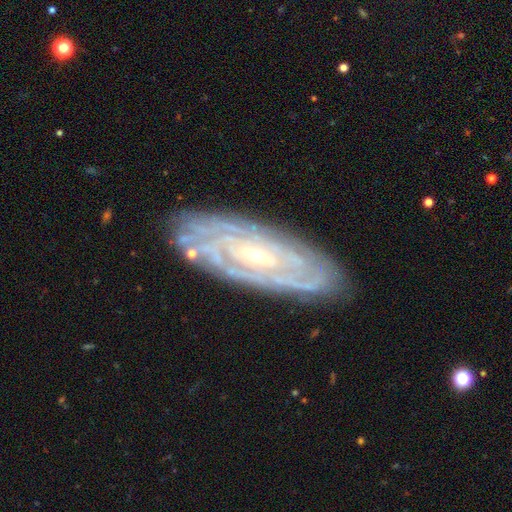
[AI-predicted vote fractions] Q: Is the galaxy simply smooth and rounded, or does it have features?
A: featured or disk — 87%.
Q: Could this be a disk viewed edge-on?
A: no — 88%.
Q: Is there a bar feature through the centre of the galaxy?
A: weak — 39%.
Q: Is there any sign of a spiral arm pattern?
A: yes — 94%.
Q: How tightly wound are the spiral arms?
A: tight — 79%.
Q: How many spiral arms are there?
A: can't tell — 41%.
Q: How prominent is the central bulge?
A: small — 60%.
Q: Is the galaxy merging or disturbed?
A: none — 84%.